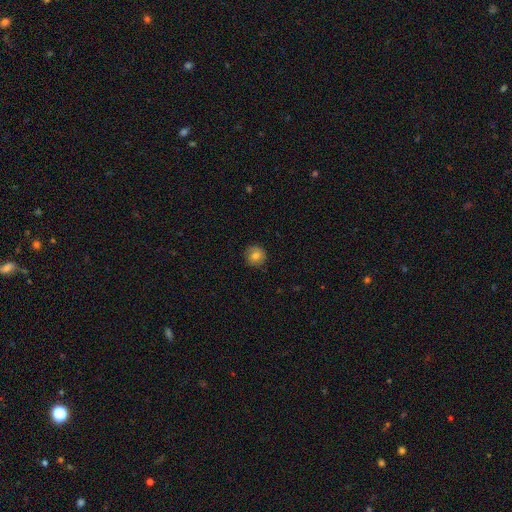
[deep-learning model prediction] A smooth galaxy with no disk features (76%) that is round (93%). Merging: none (87%).